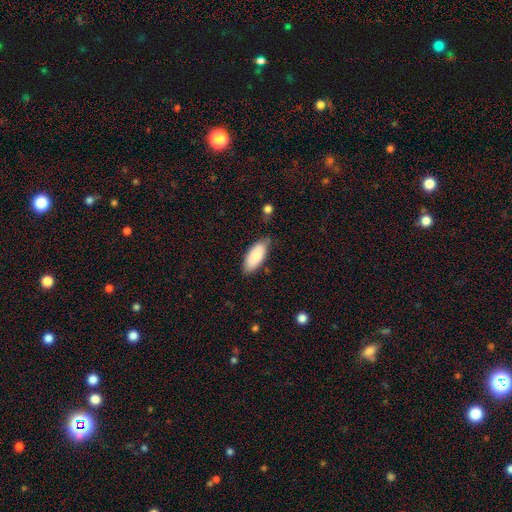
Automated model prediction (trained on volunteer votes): Smooth or featured? Predicted: smooth (p=0.85). How rounded? Predicted: in between (p=0.86). Merging? Predicted: none (p=0.73).